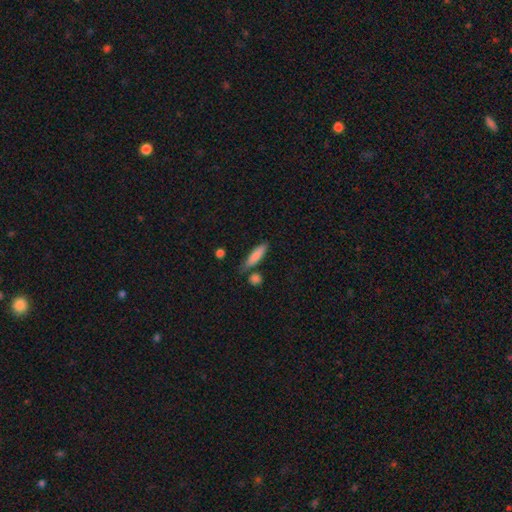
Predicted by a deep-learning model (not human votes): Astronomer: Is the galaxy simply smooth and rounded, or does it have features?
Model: smooth — 82%.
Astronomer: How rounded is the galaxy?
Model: cigar-shaped — 68%.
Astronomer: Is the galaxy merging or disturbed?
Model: none — 71%.